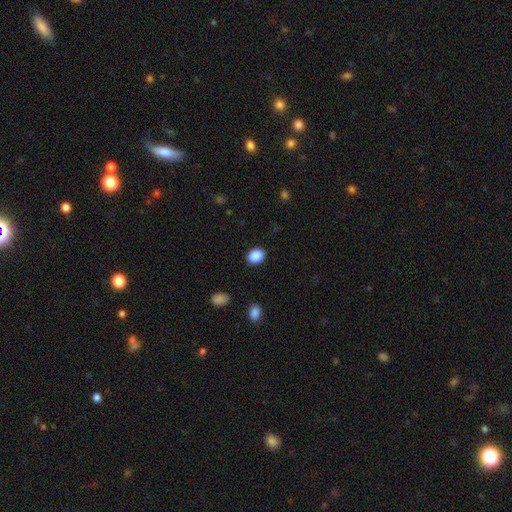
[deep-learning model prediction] Smooth or featured?
  - smooth: 89% *
  - star or artifact: 8%
  - featured or disk: 3%
How rounded?
  - in between: 53% *
  - round: 46%
  - cigar-shaped: 1%
Merging?
  - none: 89% *
  - minor disturbance: 7%
  - major disturbance: 2%
  - merger: 1%